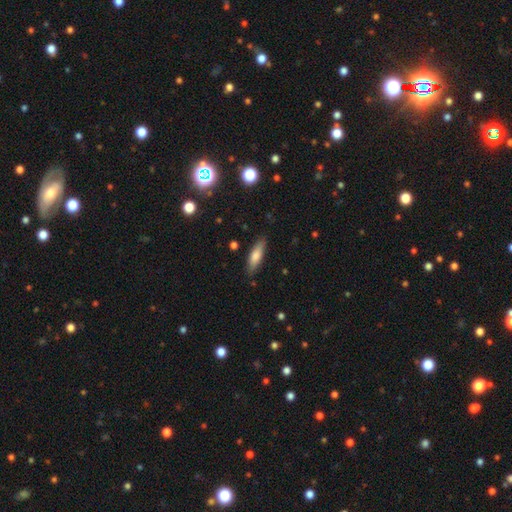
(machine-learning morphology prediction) smooth 75%, featured or disk 19%, star or artifact 6%. Down the decision tree: how rounded — cigar-shaped (56%); merging — none (85%).